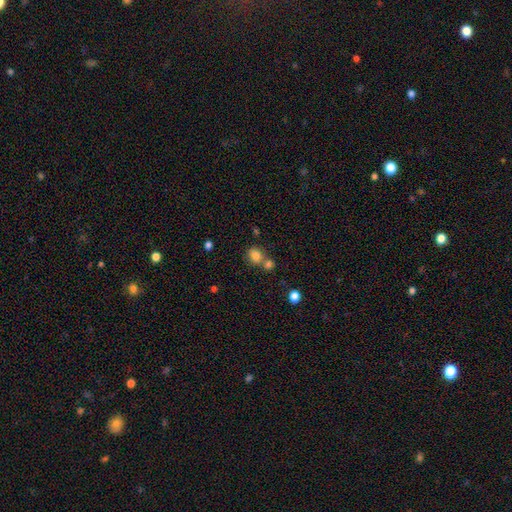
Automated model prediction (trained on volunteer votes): smooth-or-featured: smooth: 81% | star or artifact: 12% | featured or disk: 7%
  how-rounded: round: 75% | in between: 24% | cigar-shaped: 1%
  merging: none: 53% | merger: 34% | minor disturbance: 9% | major disturbance: 4%